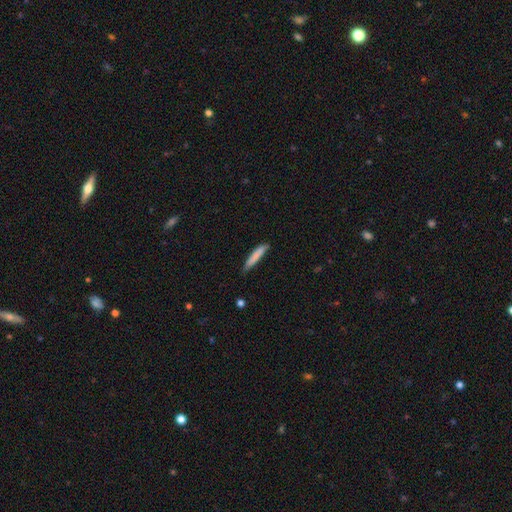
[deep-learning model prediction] A smooth galaxy with no disk features (81%) that is cigar-shaped (92%).

Vote fractions:
- Smooth or featured? smooth: 81% / featured or disk: 14% / star or artifact: 6%
- How rounded? cigar-shaped: 92% / in between: 7% / round: 1%
- Merging? none: 78% / minor disturbance: 18% / major disturbance: 2% / merger: 2%